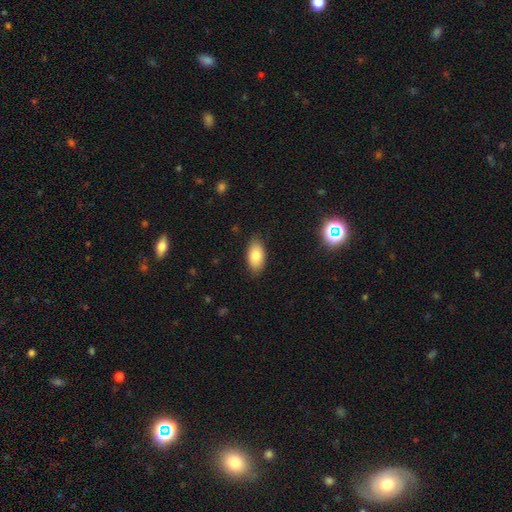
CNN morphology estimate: The model was most divided on "smooth or featured": smooth: 81%, featured or disk: 12%, star or artifact: 7%. More confident: how rounded — in between (93%); merging — none (84%).